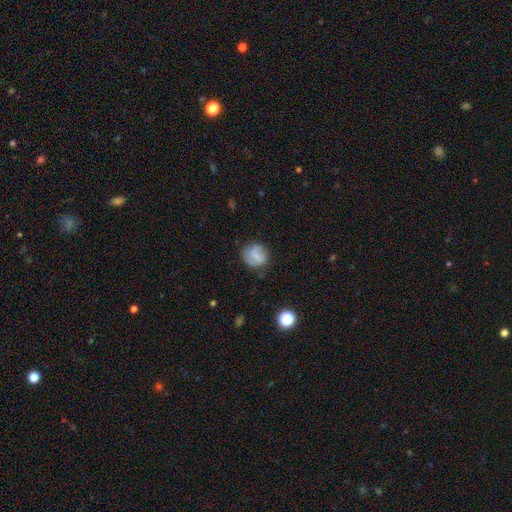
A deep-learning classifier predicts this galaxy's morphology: This appears to be a smooth galaxy with no disk features (66%) that is round (80%). Merging: none (69%).